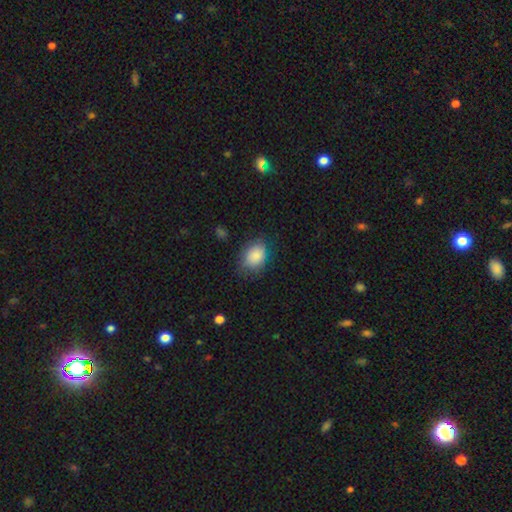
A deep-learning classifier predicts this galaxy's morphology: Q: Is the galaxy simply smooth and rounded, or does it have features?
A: smooth — 85%.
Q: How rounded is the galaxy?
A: in between — 70%.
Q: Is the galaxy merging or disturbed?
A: none — 69%.